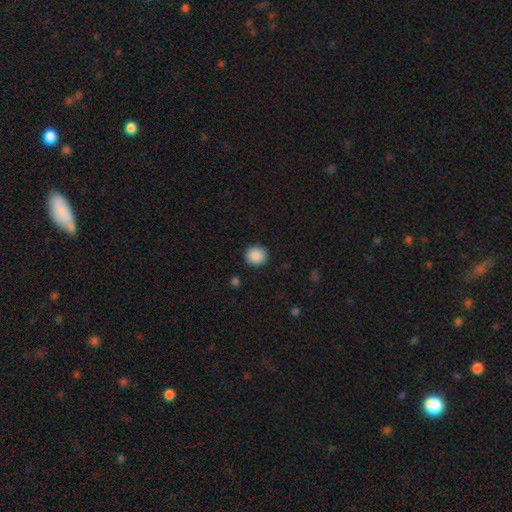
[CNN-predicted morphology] A smooth galaxy with no disk features (89%) that is round (90%).

Vote fractions:
- Smooth or featured? smooth: 89% / star or artifact: 8% / featured or disk: 3%
- How rounded? round: 90% / in between: 9% / cigar-shaped: 1%
- Merging? none: 91% / minor disturbance: 6% / major disturbance: 2% / merger: 1%